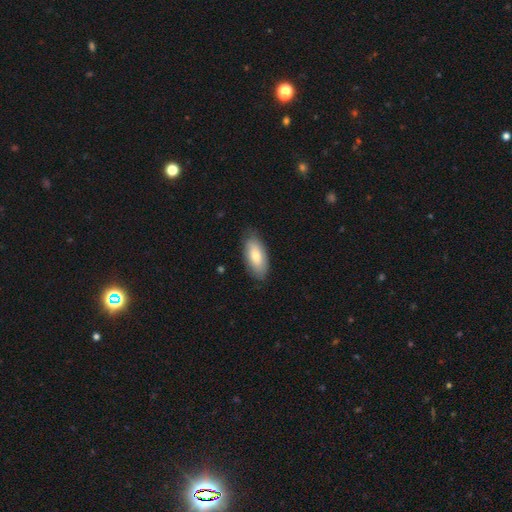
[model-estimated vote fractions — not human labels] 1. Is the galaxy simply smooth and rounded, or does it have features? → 77% smooth, 18% featured or disk, 5% star or artifact.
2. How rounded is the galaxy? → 87% in between, 11% cigar-shaped, 2% round.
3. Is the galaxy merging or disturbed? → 81% none, 15% minor disturbance, 3% major disturbance, 1% merger.